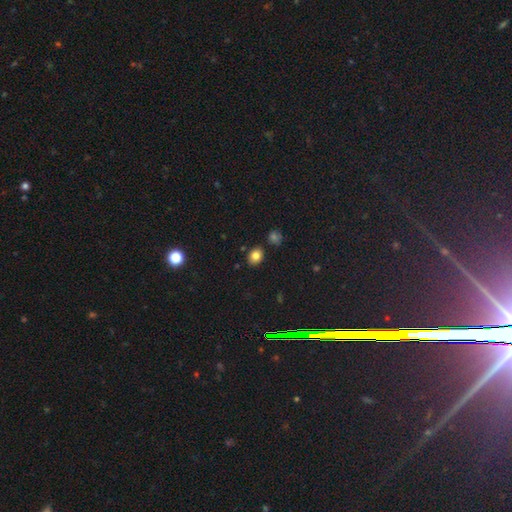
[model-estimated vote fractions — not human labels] This appears to be a smooth galaxy with no disk features (81%) that is in between round and cigar-shaped (56%). Merging: none (83%).